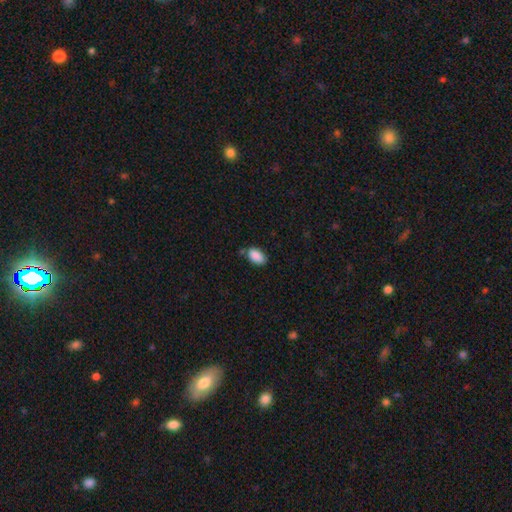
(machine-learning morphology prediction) smooth-or-featured: smooth: 89% | star or artifact: 8% | featured or disk: 3%
  how-rounded: in between: 92% | round: 6% | cigar-shaped: 2%
  merging: none: 72% | minor disturbance: 20% | merger: 5% | major disturbance: 4%